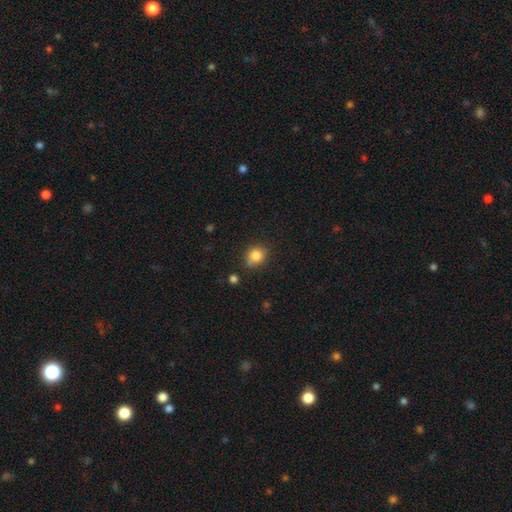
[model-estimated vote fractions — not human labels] Smooth or featured?
  - smooth: 83% *
  - star or artifact: 11%
  - featured or disk: 7%
How rounded?
  - round: 77% *
  - in between: 22%
  - cigar-shaped: 1%
Merging?
  - none: 71% *
  - minor disturbance: 15%
  - merger: 9%
  - major disturbance: 4%